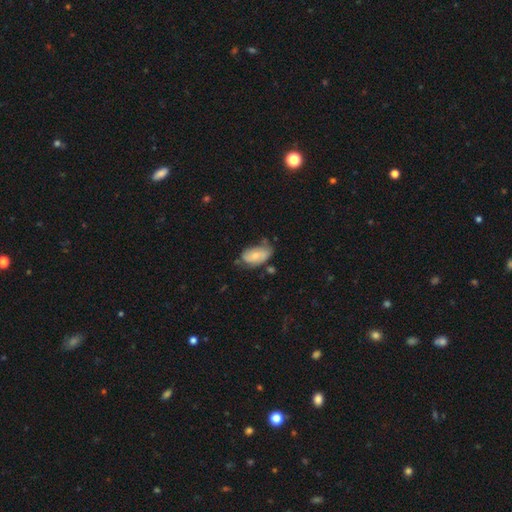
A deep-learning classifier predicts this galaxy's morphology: smooth-or-featured: smooth: 64% | featured or disk: 29% | star or artifact: 7%
  how-rounded: in between: 92% | round: 5% | cigar-shaped: 3%
  merging: none: 48% | minor disturbance: 35% | major disturbance: 10% | merger: 7%